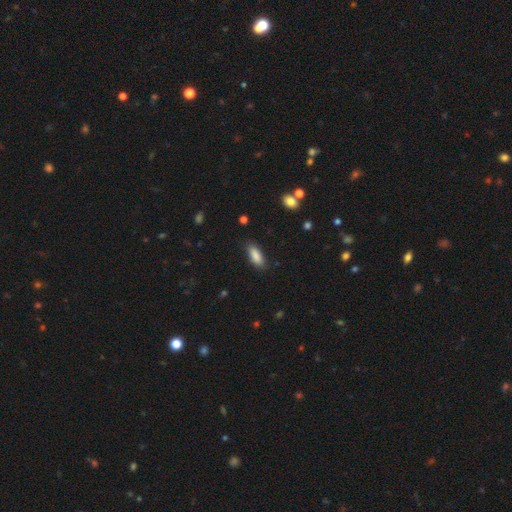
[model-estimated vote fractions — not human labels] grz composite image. It shows a smooth galaxy with no disk features (88%) that is in between round and cigar-shaped (74%). Merging: none (85%).